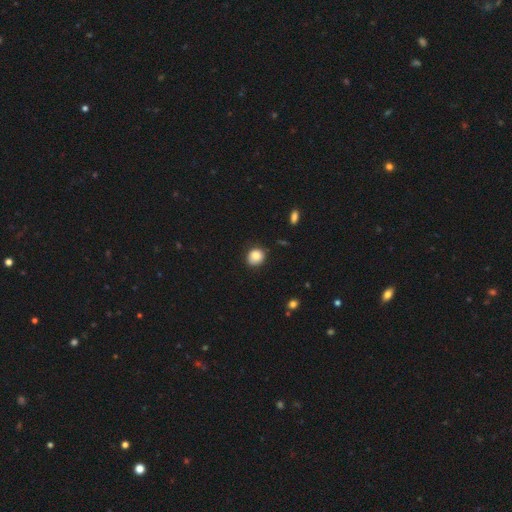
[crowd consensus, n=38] This appears to be a smooth galaxy with no disk features (95%) that is round (86%). Merging: none (79%).